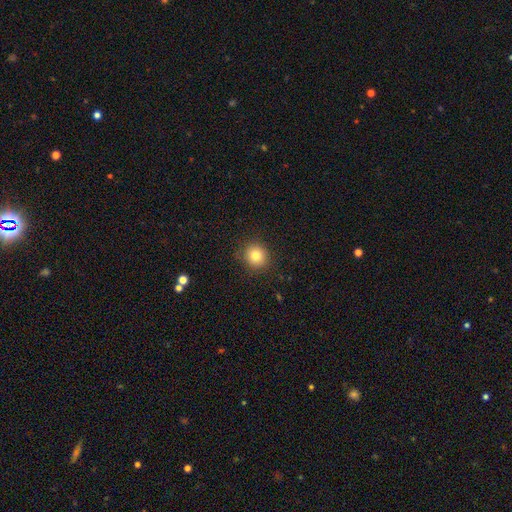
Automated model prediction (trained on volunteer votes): This is clearly a smooth galaxy (81%). How rounded: clearly round (91%). Merging: clearly none (90%).